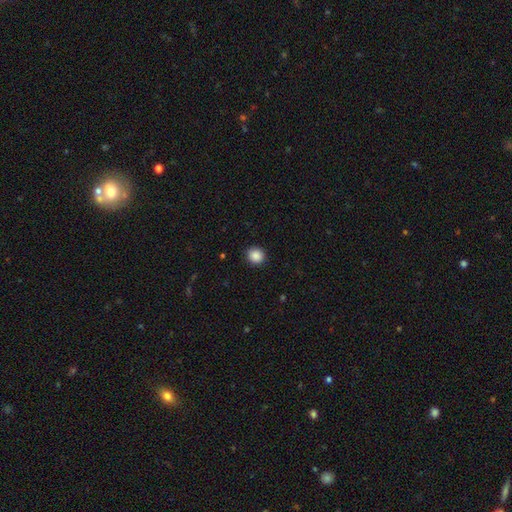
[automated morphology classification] The model was most divided on "how rounded": round: 88%, in between: 11%, cigar-shaped: 1%. More confident: merging — none (91%); smooth or featured — smooth (88%).